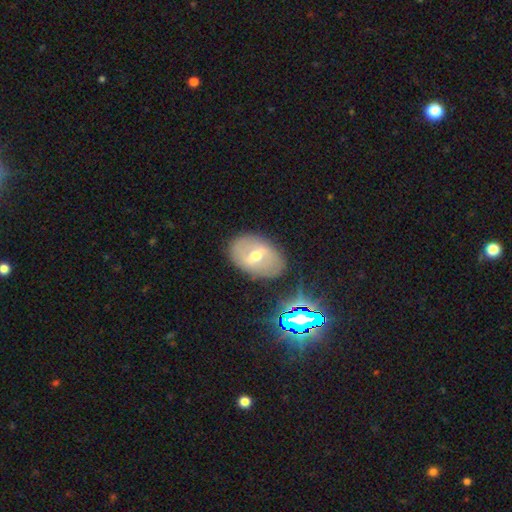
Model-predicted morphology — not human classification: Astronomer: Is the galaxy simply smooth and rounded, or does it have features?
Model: featured or disk — 59%.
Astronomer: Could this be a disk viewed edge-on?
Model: no — 90%.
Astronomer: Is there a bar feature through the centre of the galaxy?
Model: strong — 45% (runner-up: weak, 43%).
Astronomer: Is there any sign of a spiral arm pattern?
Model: no — 65%.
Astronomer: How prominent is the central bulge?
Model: moderate — 66%.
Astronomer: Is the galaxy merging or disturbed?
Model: none — 81%.